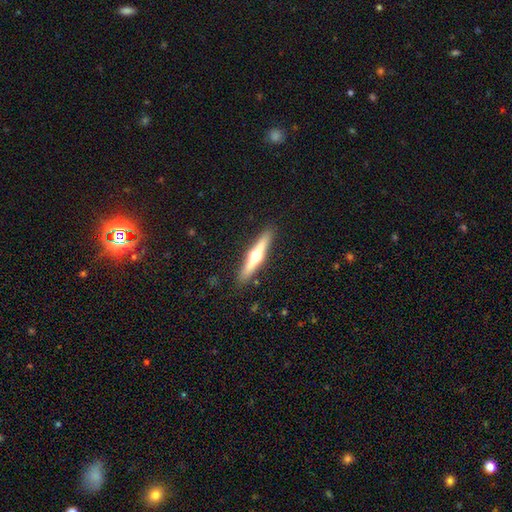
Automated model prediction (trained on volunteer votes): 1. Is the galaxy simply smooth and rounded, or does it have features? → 66% featured or disk, 29% smooth, 5% star or artifact.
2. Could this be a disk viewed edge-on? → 97% yes, 3% no.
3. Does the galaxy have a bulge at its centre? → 95% rounded, 2% boxy, 2% none.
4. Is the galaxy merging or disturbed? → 90% none, 7% minor disturbance, 2% major disturbance, 1% merger.